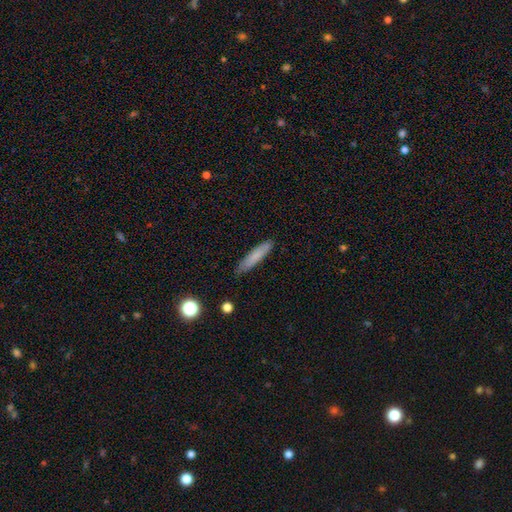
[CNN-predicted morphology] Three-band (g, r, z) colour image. It shows a smooth galaxy with no disk features (76%) that is cigar-shaped (89%). Merging: none (86%).